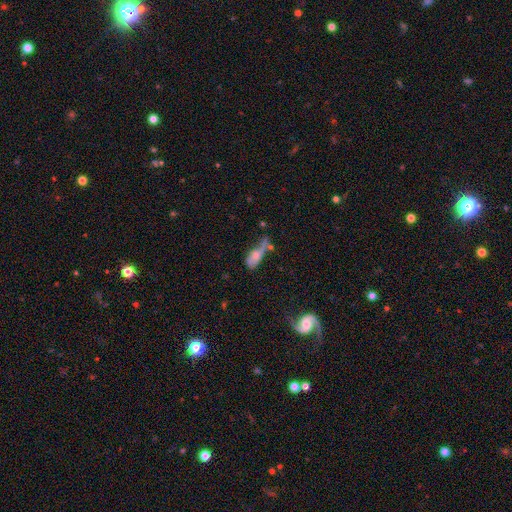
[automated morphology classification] Q: Smooth or featured?
A: smooth (58%); runner-up: featured or disk (32%)
Q: How rounded?
A: in between (68%); runner-up: cigar-shaped (26%)
Q: Merging?
A: major disturbance (34%); runner-up: minor disturbance (23%)